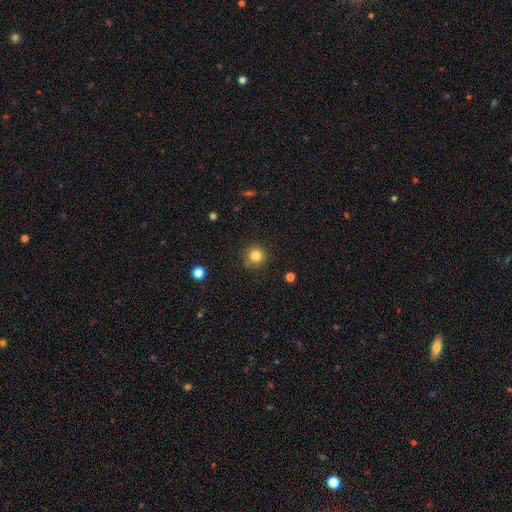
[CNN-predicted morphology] Q: Smooth or featured?
A: smooth (83%); runner-up: star or artifact (12%)
Q: How rounded?
A: round (94%); runner-up: in between (5%)
Q: Merging?
A: none (85%); runner-up: minor disturbance (10%)